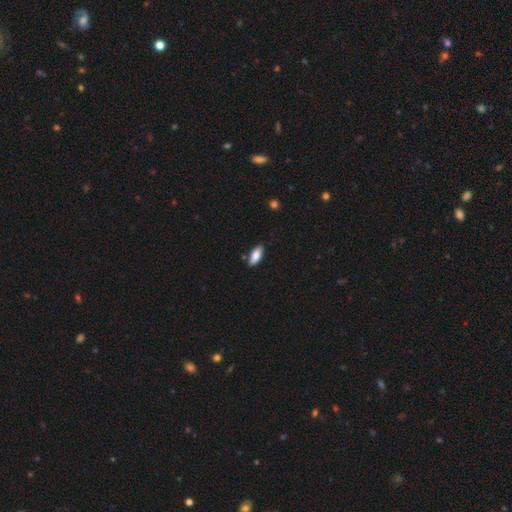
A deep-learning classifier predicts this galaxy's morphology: type=smooth (85%); roundness=in between (84%); merging=none (79%).